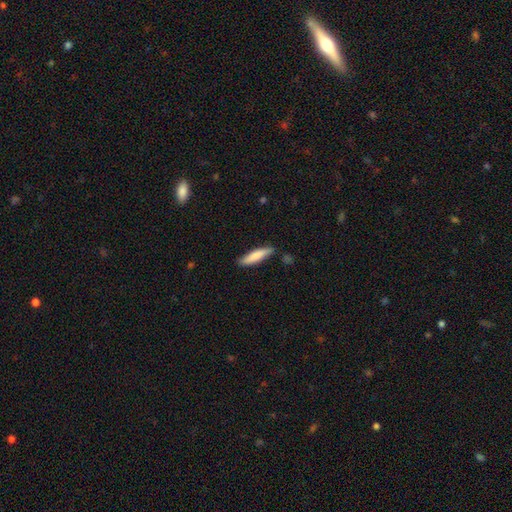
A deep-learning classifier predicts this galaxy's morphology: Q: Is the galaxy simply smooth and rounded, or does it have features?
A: smooth — 79%.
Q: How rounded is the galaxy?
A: cigar-shaped — 78%.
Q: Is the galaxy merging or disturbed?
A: none — 81%.